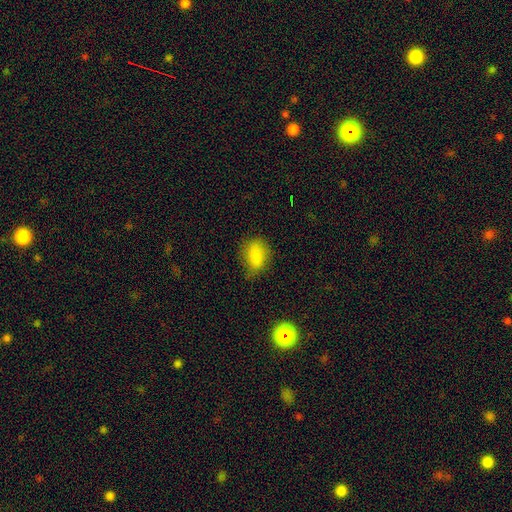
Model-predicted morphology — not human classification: Smooth or featured? Predicted: smooth (p=0.82). How rounded? Predicted: in between (p=0.72). Merging? Predicted: none (p=0.65).